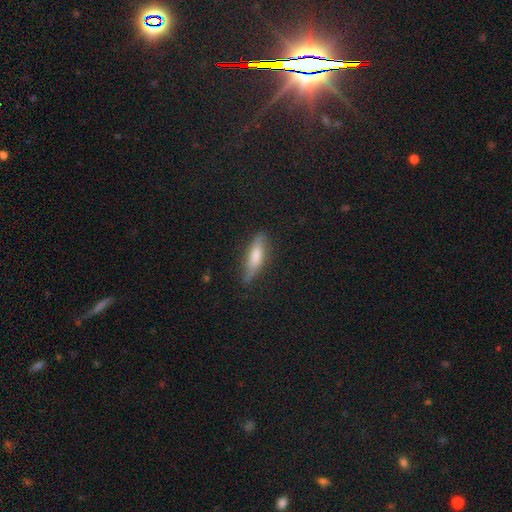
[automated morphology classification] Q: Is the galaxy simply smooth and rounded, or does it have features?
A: smooth — 59%.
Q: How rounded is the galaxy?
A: cigar-shaped — 63%.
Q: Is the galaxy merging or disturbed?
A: none — 71%.